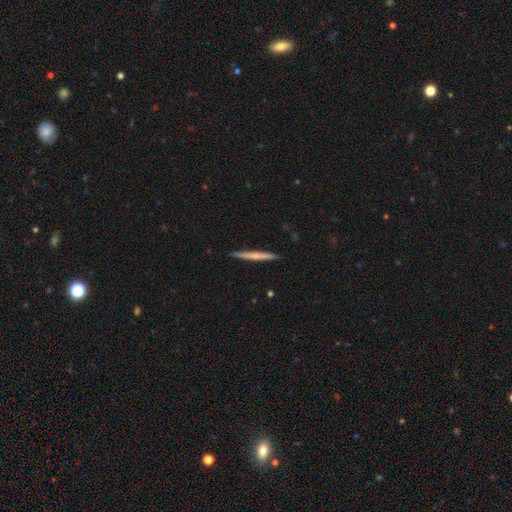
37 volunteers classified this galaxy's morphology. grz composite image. It shows a smooth galaxy with no disk features (59%) that is cigar-shaped (95%). Merging: none (94%).